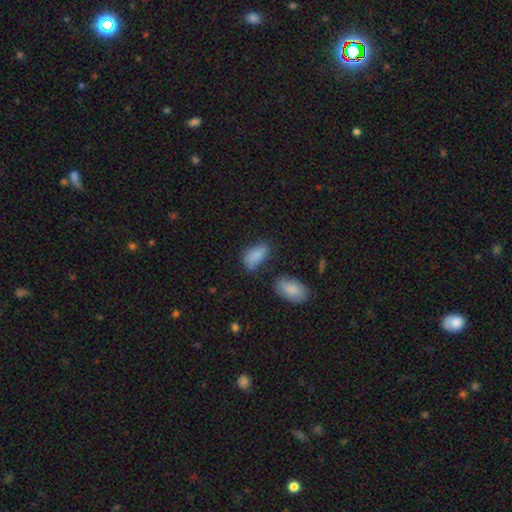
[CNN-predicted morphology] smooth 83%, star or artifact 8%, featured or disk 8%. Down the decision tree: how rounded — in between (93%); merging — none (56%).